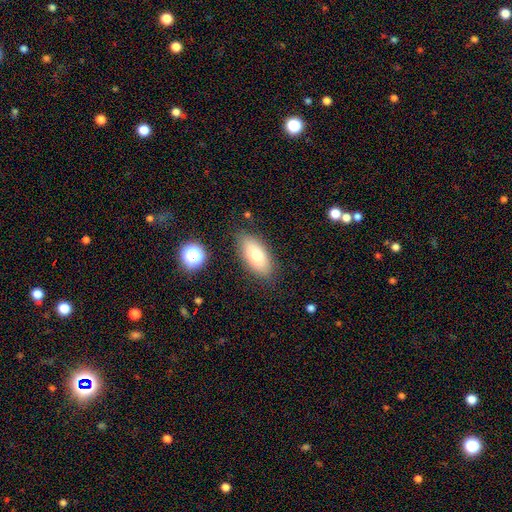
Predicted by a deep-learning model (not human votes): smooth 73%, featured or disk 18%, star or artifact 9%. Down the decision tree: how rounded — in between (87%); merging — none (83%).